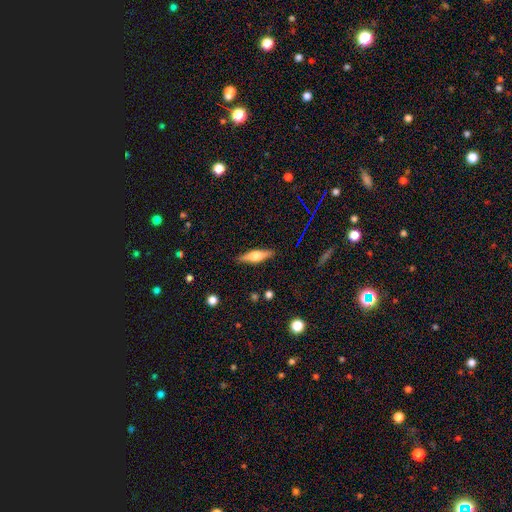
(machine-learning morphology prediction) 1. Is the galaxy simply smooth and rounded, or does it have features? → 58% featured or disk, 35% smooth, 7% star or artifact.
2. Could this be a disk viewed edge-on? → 95% yes, 5% no.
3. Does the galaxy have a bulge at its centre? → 91% rounded, 7% boxy, 2% none.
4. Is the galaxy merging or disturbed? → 89% none, 8% minor disturbance, 2% major disturbance, 1% merger.